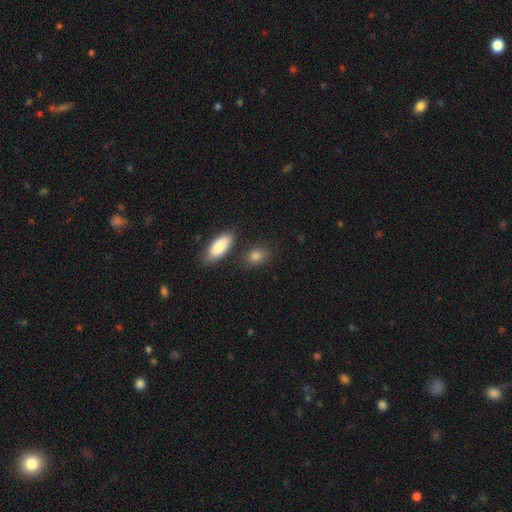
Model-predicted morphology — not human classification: A smooth galaxy with no disk features (85%) that is in between round and cigar-shaped (71%).

Vote fractions:
- Smooth or featured? smooth: 85% / star or artifact: 8% / featured or disk: 7%
- How rounded? in between: 71% / round: 24% / cigar-shaped: 5%
- Merging? none: 76% / minor disturbance: 13% / merger: 8% / major disturbance: 4%